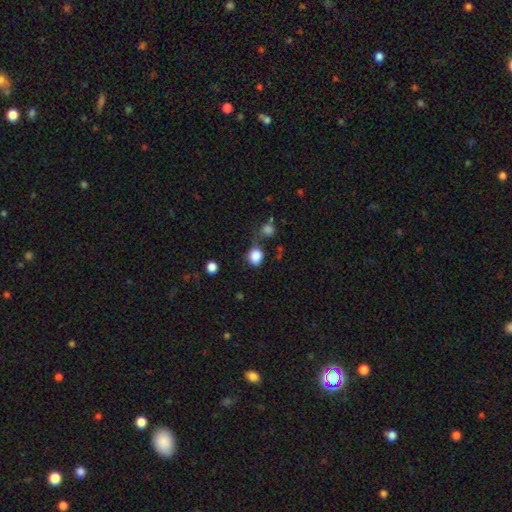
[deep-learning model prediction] Q: Smooth or featured?
A: smooth (85%); runner-up: star or artifact (10%)
Q: How rounded?
A: round (56%); runner-up: in between (43%)
Q: Merging?
A: none (58%); runner-up: minor disturbance (23%)